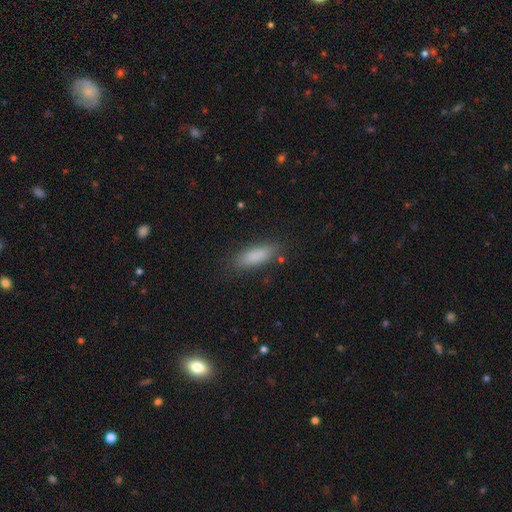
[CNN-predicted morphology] A smooth galaxy with no disk features (85%) that is in between round and cigar-shaped (61%). Merging: none (84%).